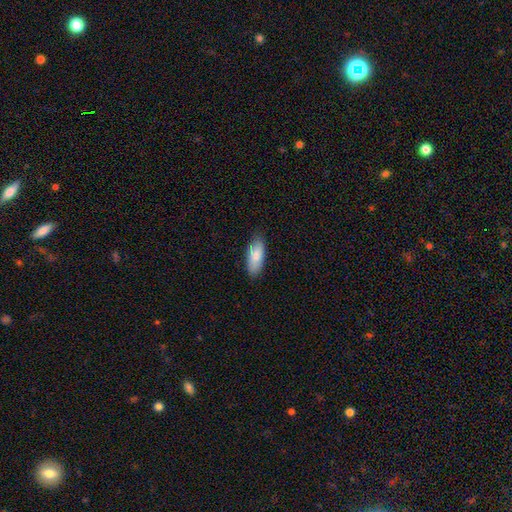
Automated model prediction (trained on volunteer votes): This is clearly a smooth galaxy (85%). How rounded: clearly in between (81%). Merging: clearly none (82%).